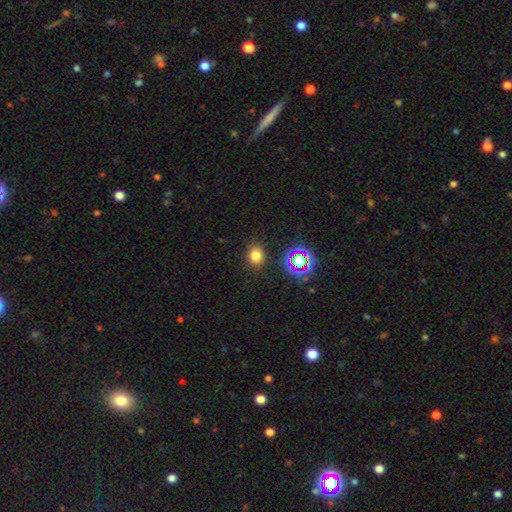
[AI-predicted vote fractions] Smooth or featured? Predicted: smooth (p=0.75). How rounded? Predicted: round (p=0.60). Merging? Predicted: none (p=0.86).